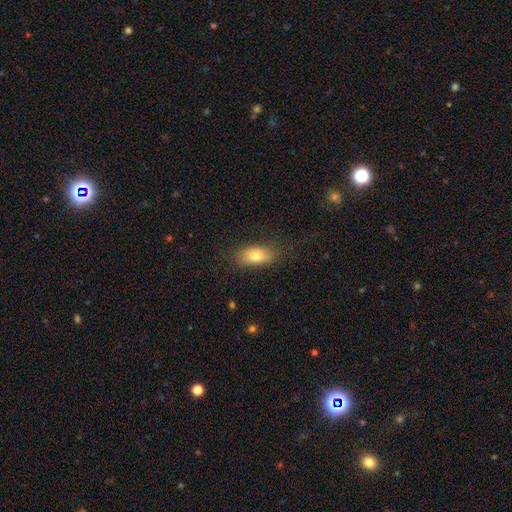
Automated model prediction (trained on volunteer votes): Smooth or featured?
  - smooth: 75% *
  - featured or disk: 17%
  - star or artifact: 8%
How rounded?
  - in between: 87% *
  - cigar-shaped: 8%
  - round: 5%
Merging?
  - none: 78% *
  - minor disturbance: 16%
  - major disturbance: 6%
  - merger: 1%